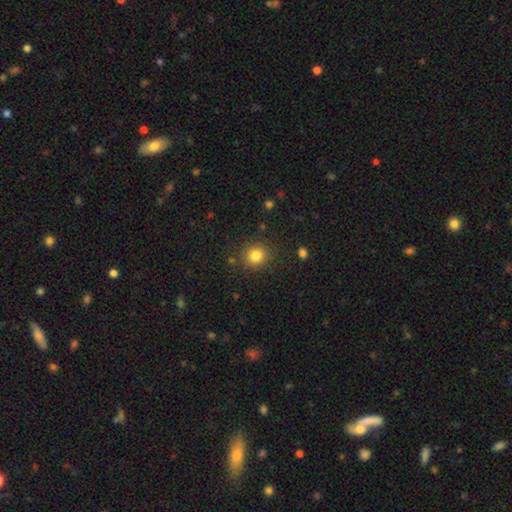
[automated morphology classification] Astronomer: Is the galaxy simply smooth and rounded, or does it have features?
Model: smooth — 82%.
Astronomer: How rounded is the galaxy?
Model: round — 85%.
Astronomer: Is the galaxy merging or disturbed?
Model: none — 87%.